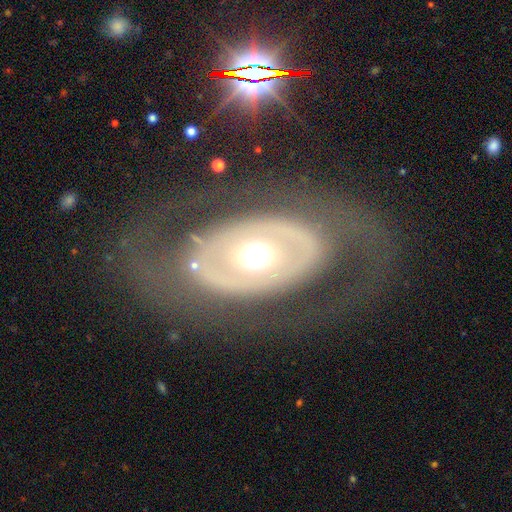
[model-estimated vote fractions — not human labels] Overall: featured or disk (68%). Edge-on disk: no (90%). Bar: no (84%). Spiral arms: no (82%). Bulge size: moderate (60%; large 29%). Merging: none (74%).